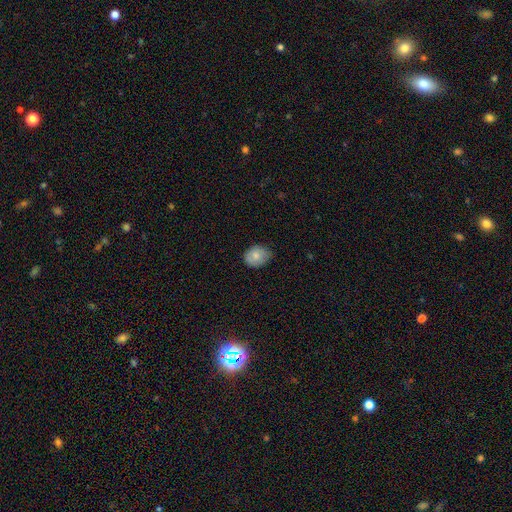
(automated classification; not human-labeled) This is likely a smooth galaxy (78%). How rounded: possibly in between (58%). Merging: likely none (68%).